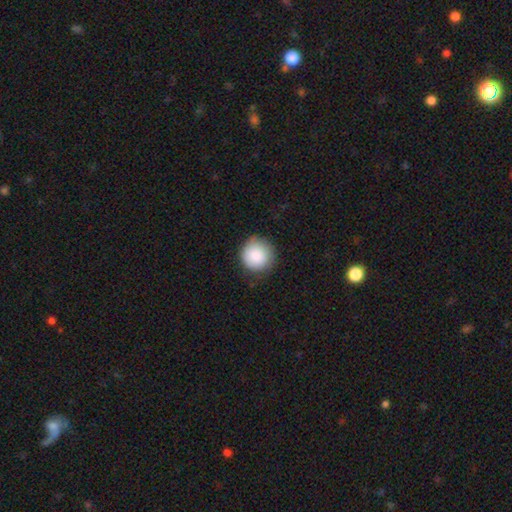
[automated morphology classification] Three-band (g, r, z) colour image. It shows a smooth galaxy with no disk features (86%) that is round (94%). Merging: none (82%).